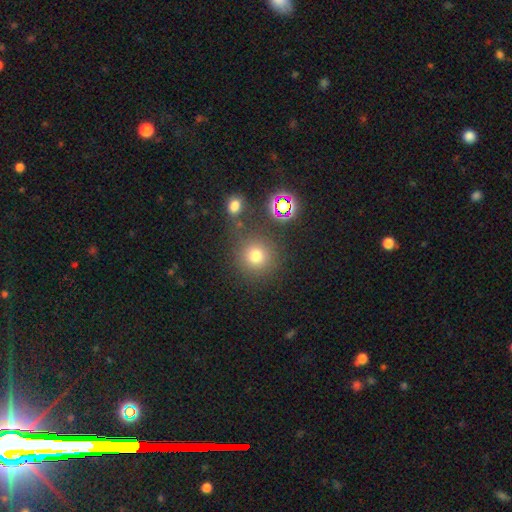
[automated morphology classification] Overall: smooth (72%). How rounded: round (92%). Merging: none (78%).